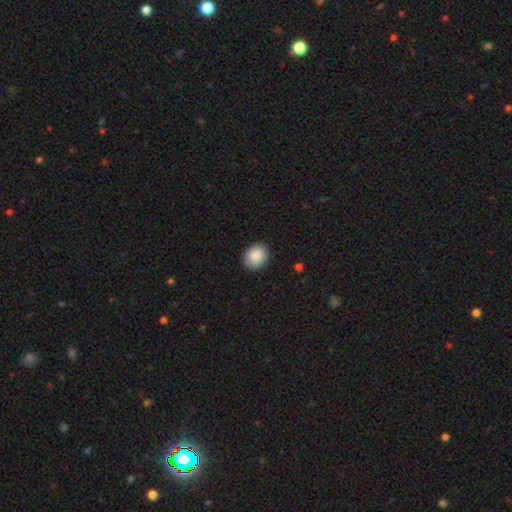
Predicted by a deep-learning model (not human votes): smooth 89%, star or artifact 7%, featured or disk 4%. Down the decision tree: how rounded — round (65%); merging — none (88%).